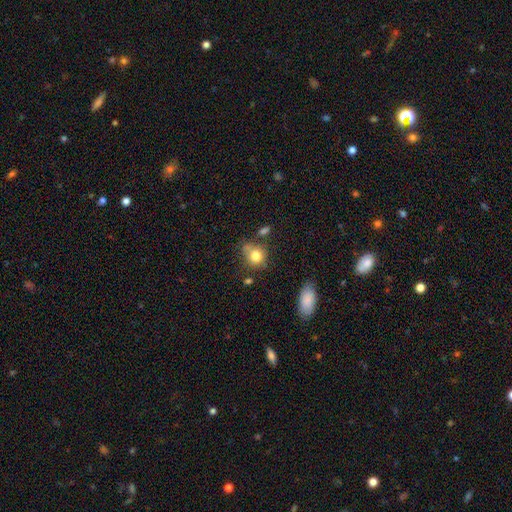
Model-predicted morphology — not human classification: smooth 80%, featured or disk 10%, star or artifact 10%. Down the decision tree: how rounded — round (71%); merging — none (57%).